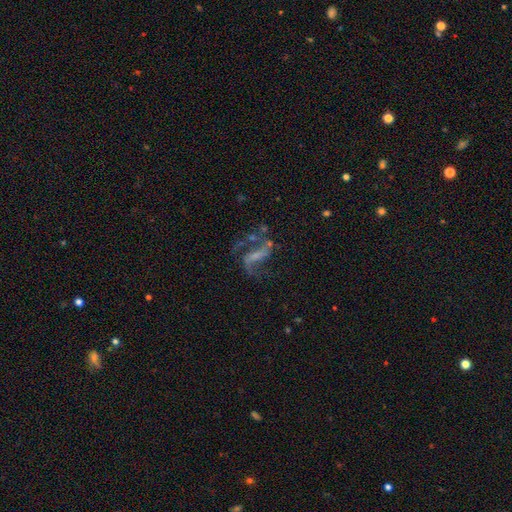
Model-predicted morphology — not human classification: Overall: featured or disk (80%). Edge-on disk: no (95%). Bar: strong (44%; weak 36%). Spiral arms: yes (91%). Spiral arm count: 2 (87%). Spiral winding: loose (61%; medium 32%). Bulge size: none (45%; small 35%). Merging: none (55%; major disturbance 22%).